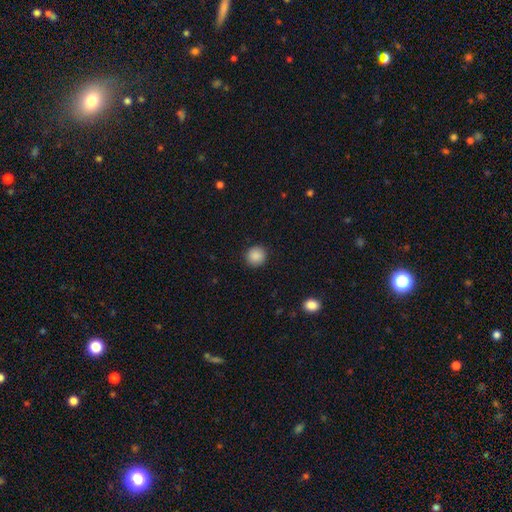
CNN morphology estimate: The model was most divided on "smooth or featured": smooth: 87%, star or artifact: 9%, featured or disk: 3%. More confident: how rounded — round (93%); merging — none (91%).